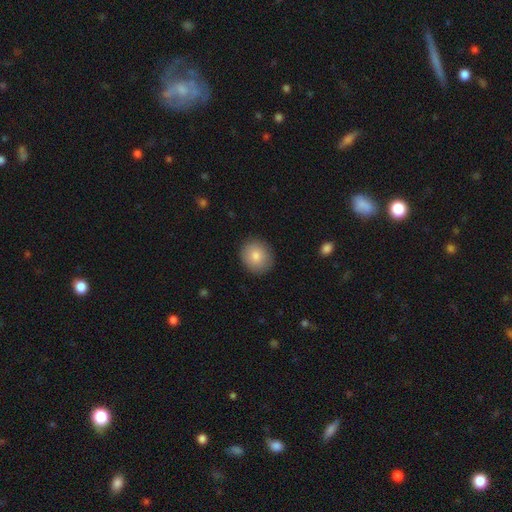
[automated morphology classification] Q: Smooth or featured?
A: smooth (83%); runner-up: featured or disk (9%)
Q: How rounded?
A: round (79%); runner-up: in between (20%)
Q: Merging?
A: none (89%); runner-up: minor disturbance (8%)